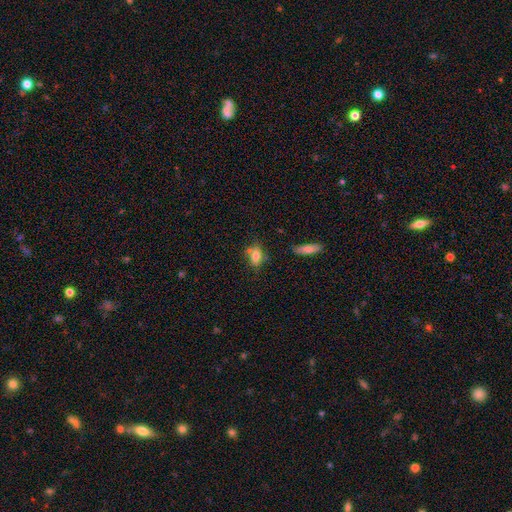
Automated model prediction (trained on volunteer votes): This is likely a smooth galaxy (78%). How rounded: likely in between (79%). Merging: likely none (60%).